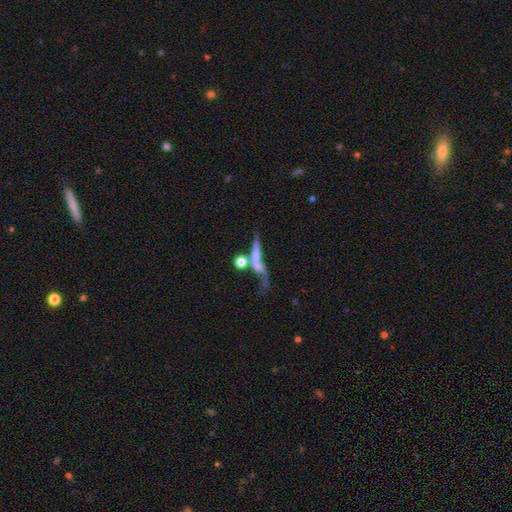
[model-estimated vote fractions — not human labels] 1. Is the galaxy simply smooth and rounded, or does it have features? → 57% featured or disk, 31% smooth, 12% star or artifact.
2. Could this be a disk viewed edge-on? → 56% no, 44% yes.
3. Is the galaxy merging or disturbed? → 43% merger, 25% none, 20% major disturbance, 12% minor disturbance.